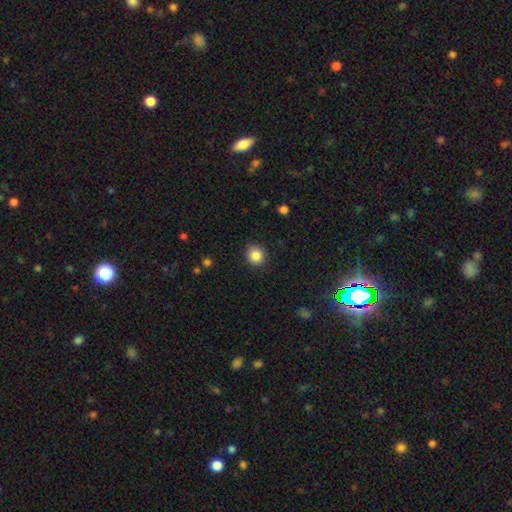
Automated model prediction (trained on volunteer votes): smooth 86%, star or artifact 10%, featured or disk 4%. Down the decision tree: how rounded — round (86%); merging — none (88%).